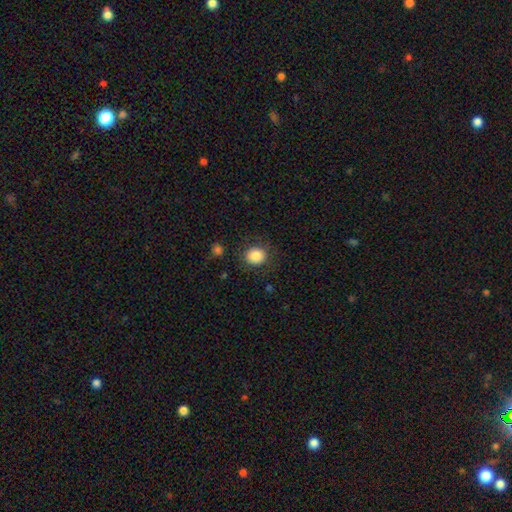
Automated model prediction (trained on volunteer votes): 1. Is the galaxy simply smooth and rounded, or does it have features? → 85% smooth, 9% star or artifact, 6% featured or disk.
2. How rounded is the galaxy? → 78% round, 21% in between, 1% cigar-shaped.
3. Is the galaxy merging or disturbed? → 85% none, 10% minor disturbance, 4% major disturbance, 2% merger.